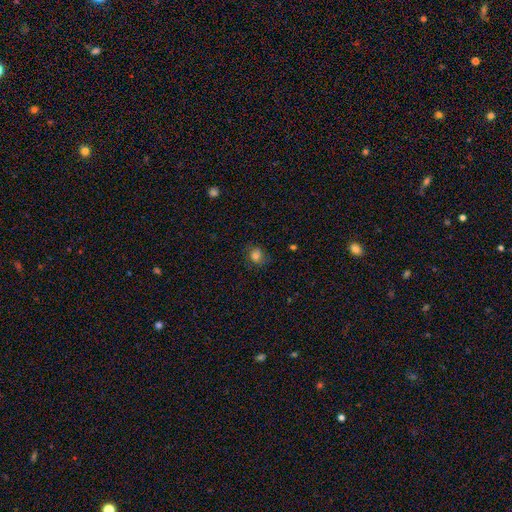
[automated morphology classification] Q: Smooth or featured?
A: smooth (74%); runner-up: star or artifact (14%)
Q: How rounded?
A: round (71%); runner-up: in between (28%)
Q: Merging?
A: none (71%); runner-up: minor disturbance (19%)